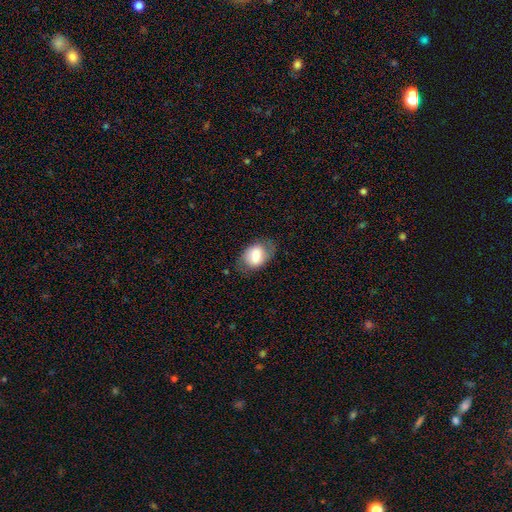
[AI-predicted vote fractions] Smooth or featured? Predicted: smooth (p=0.69). How rounded? Predicted: in between (p=0.78). Merging? Predicted: none (p=0.69).